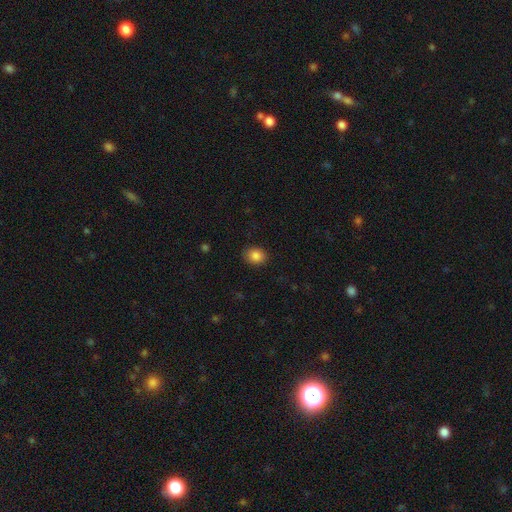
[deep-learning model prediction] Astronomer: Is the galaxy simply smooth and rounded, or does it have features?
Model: smooth — 86%.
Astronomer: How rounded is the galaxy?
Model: round — 53% (runner-up: in between, 47%).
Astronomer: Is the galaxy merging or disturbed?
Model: none — 89%.